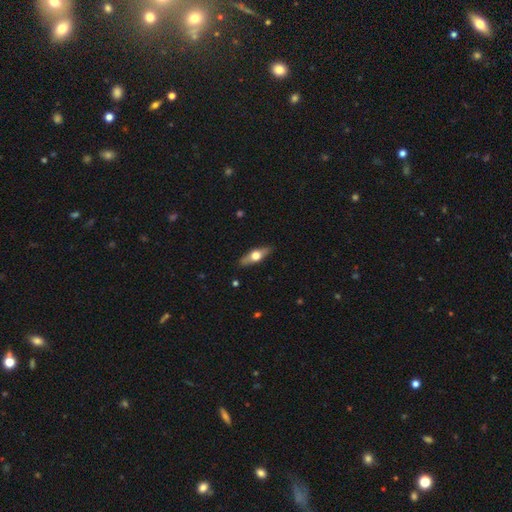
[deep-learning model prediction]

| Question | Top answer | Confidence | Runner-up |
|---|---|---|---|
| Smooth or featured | smooth | 48% | featured or disk (47%) |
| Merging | none | 89% | minor disturbance (9%) |